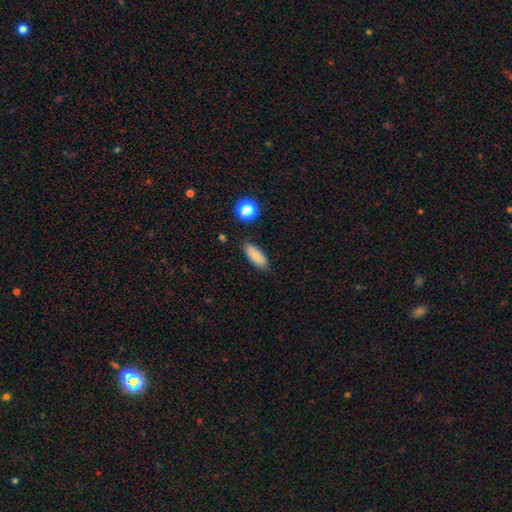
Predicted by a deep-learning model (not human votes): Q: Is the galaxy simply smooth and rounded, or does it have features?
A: smooth — 80%.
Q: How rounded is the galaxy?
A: in between — 79%.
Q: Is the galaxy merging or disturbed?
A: none — 83%.